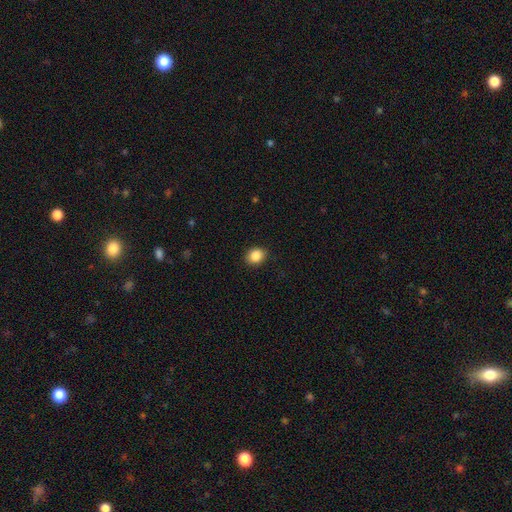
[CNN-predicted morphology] Smooth or featured: smooth — 87% (star or artifact — 9%)
How rounded: round — 58% (in between — 41%)
Merging: none — 88% (minor disturbance — 9%)